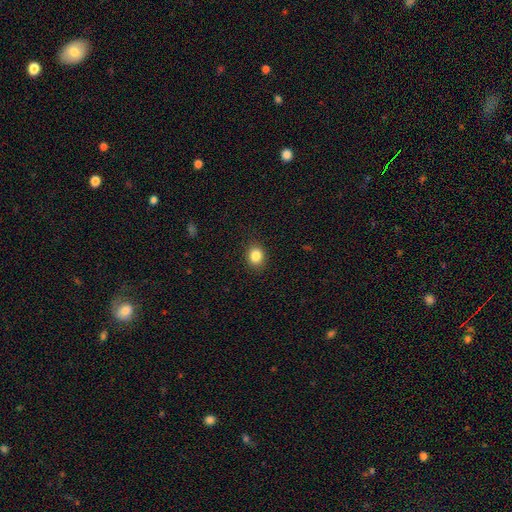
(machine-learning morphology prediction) Smooth or featured?
  - smooth: 85% *
  - star or artifact: 10%
  - featured or disk: 5%
How rounded?
  - round: 59% *
  - in between: 40%
  - cigar-shaped: 1%
Merging?
  - none: 89% *
  - minor disturbance: 8%
  - major disturbance: 2%
  - merger: 1%